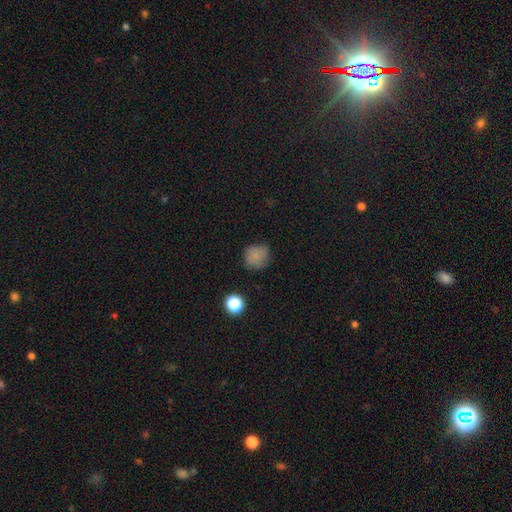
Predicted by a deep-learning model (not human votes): The model was most divided on "merging": none: 66%, minor disturbance: 24%, major disturbance: 7%, merger: 3%. More confident: how rounded — round (85%); smooth or featured — smooth (77%).